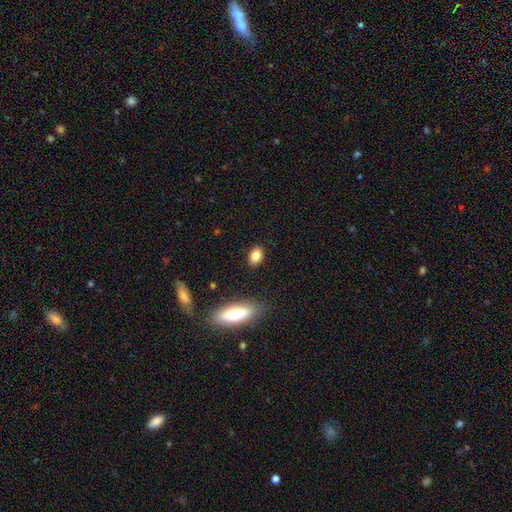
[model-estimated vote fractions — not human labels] The model was most divided on "how rounded": in between: 75%, round: 22%, cigar-shaped: 3%. More confident: merging — none (88%); smooth or featured — smooth (84%).